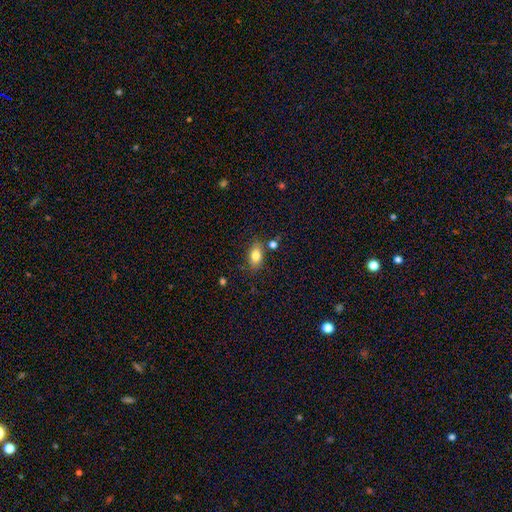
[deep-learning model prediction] Smooth or featured: smooth — 80% (featured or disk — 12%)
How rounded: in between — 87% (round — 10%)
Merging: none — 77% (minor disturbance — 13%)